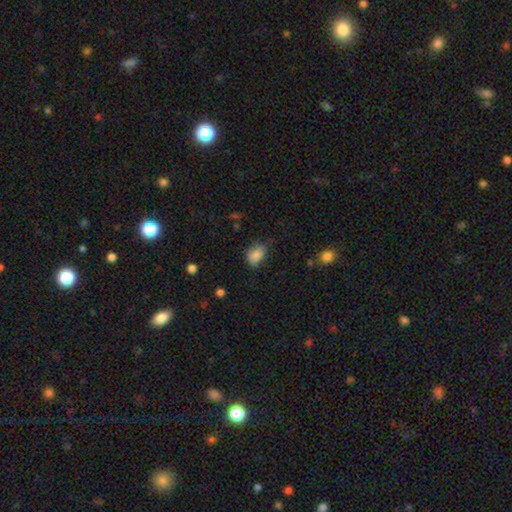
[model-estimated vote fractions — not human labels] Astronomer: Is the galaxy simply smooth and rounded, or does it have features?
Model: smooth — 84%.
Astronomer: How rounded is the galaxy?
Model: in between — 77%.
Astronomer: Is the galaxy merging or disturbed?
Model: none — 60%.